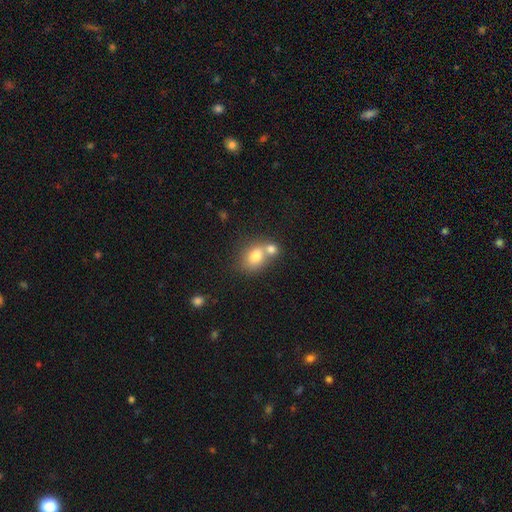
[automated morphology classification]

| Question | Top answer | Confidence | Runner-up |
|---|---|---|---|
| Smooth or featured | smooth | 75% | featured or disk (15%) |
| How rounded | round | 51% | in between (48%) |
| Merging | merger | 56% | none (32%) |